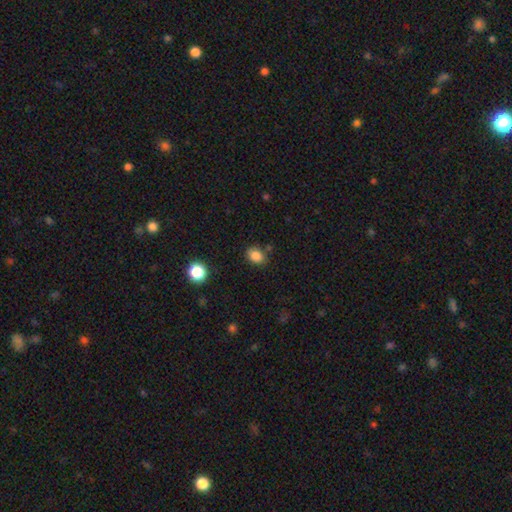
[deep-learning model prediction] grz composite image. It shows a smooth galaxy with no disk features (85%) that is in between round and cigar-shaped (65%). Merging: none (78%).